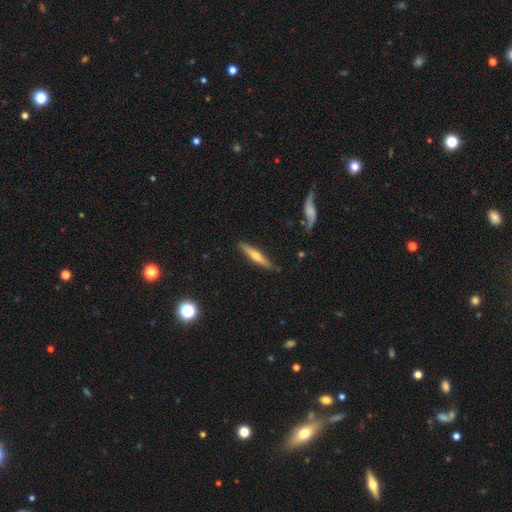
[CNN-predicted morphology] This appears to be a featured or disk galaxy (55%) viewed edge-on (95%) with a rounded central bulge (84%). Merging: none (84%).